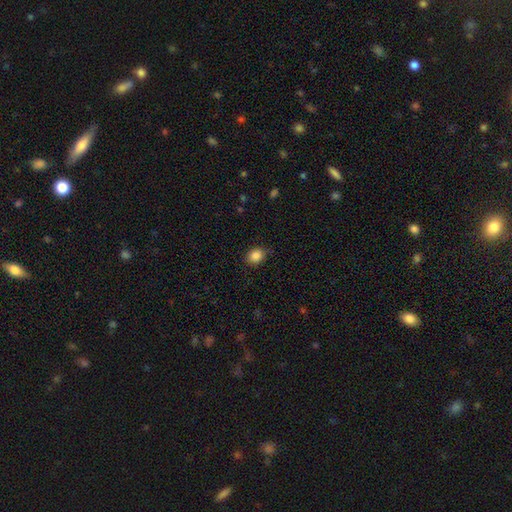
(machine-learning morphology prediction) This appears to be a smooth galaxy with no disk features (86%) that is round (53%). Merging: none (82%).